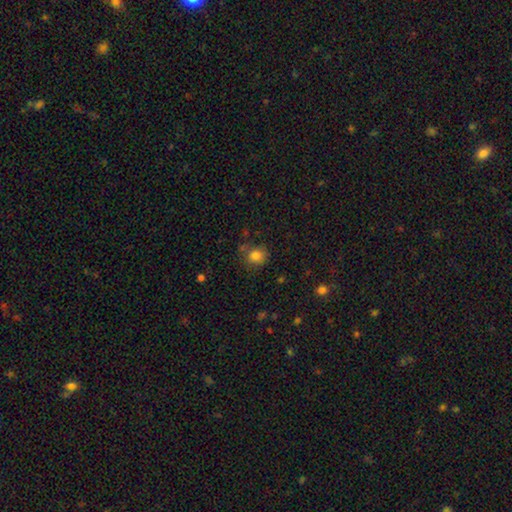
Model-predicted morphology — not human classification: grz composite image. It shows a smooth galaxy with no disk features (82%) that is round (80%). Merging: none (72%).